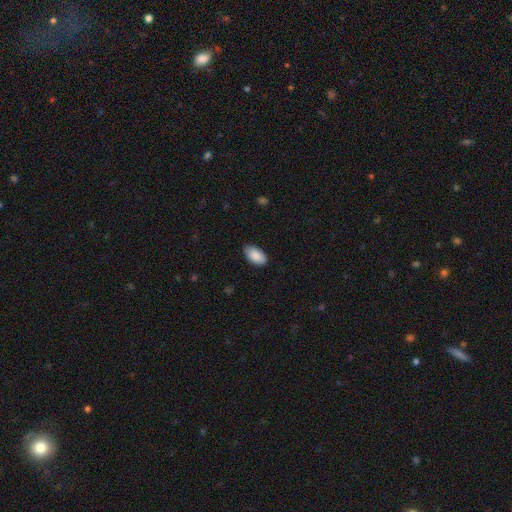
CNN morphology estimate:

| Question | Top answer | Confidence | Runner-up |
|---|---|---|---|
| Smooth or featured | smooth | 89% | star or artifact (6%) |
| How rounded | in between | 95% | round (3%) |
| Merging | none | 84% | minor disturbance (13%) |